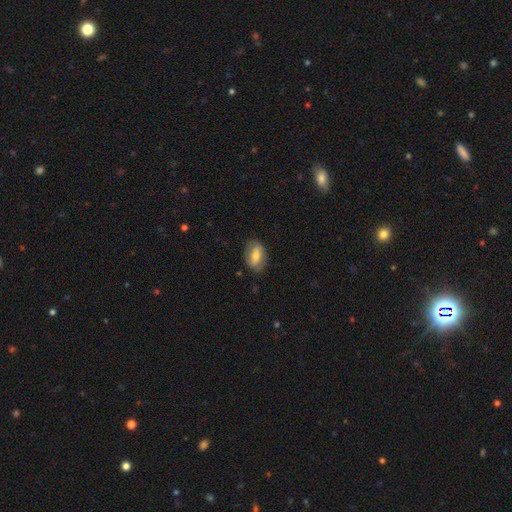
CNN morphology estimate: Q: Smooth or featured?
A: smooth (57%); runner-up: featured or disk (36%)
Q: How rounded?
A: in between (88%); runner-up: round (9%)
Q: Merging?
A: none (77%); runner-up: minor disturbance (17%)